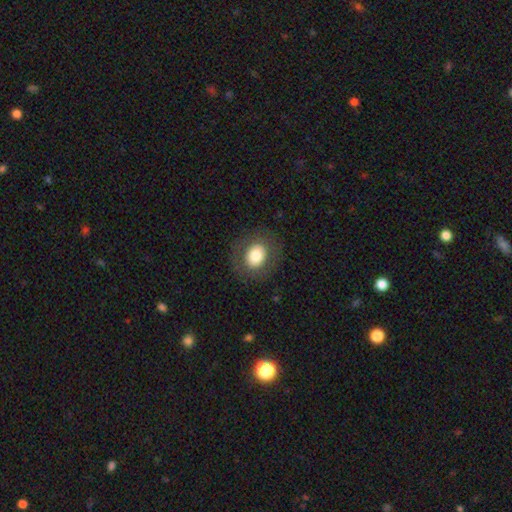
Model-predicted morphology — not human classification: Smooth or featured? Predicted: smooth (p=0.74). How rounded? Predicted: round (p=0.59). Merging? Predicted: none (p=0.83).